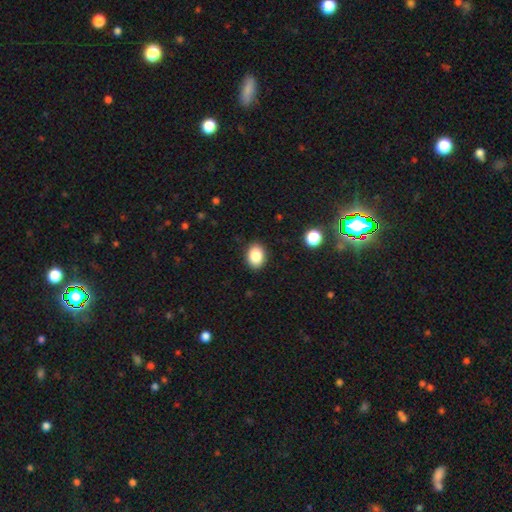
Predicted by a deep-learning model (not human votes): This is clearly a smooth galaxy (86%). How rounded: likely in between (67%). Merging: clearly none (89%).